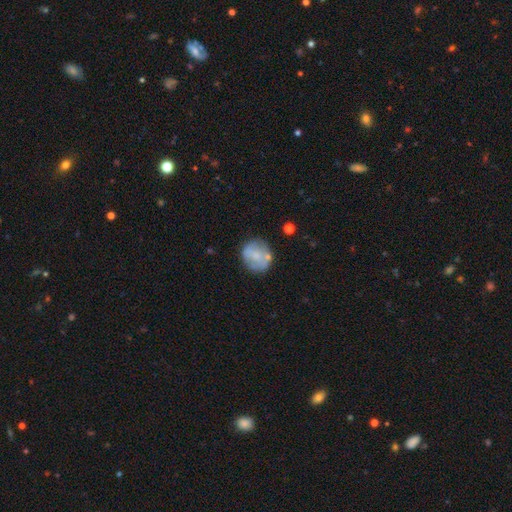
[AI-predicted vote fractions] smooth-or-featured: smooth: 53% | featured or disk: 40% | star or artifact: 8%
  how-rounded: round: 79% | in between: 20% | cigar-shaped: 1%
  merging: none: 62% | minor disturbance: 20% | merger: 9% | major disturbance: 9%